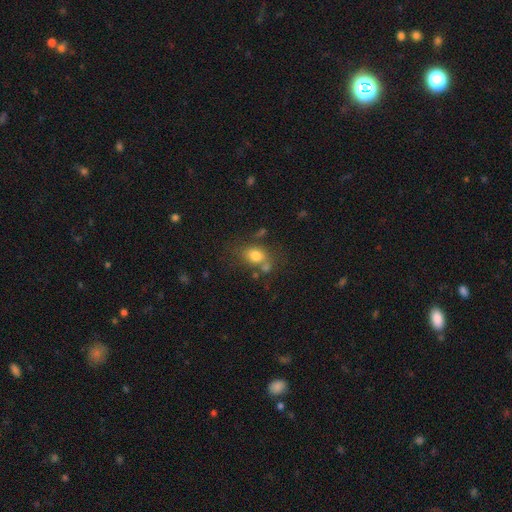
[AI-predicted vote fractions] Smooth or featured: smooth — 77% (featured or disk — 12%)
How rounded: in between — 63% (round — 35%)
Merging: none — 57% (minor disturbance — 18%)